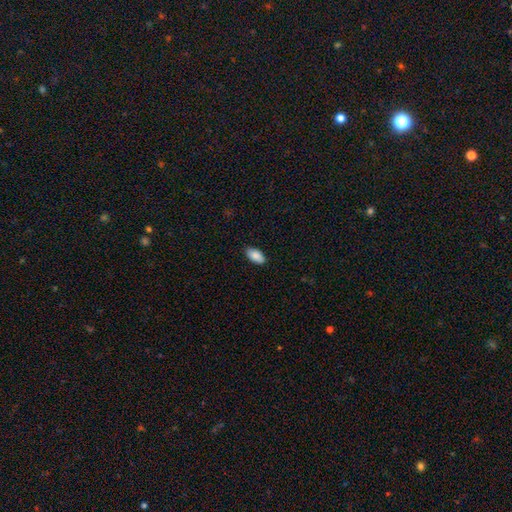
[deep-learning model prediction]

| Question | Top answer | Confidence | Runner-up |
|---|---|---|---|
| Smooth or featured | smooth | 88% | star or artifact (6%) |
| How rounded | in between | 94% | cigar-shaped (3%) |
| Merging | none | 87% | minor disturbance (11%) |